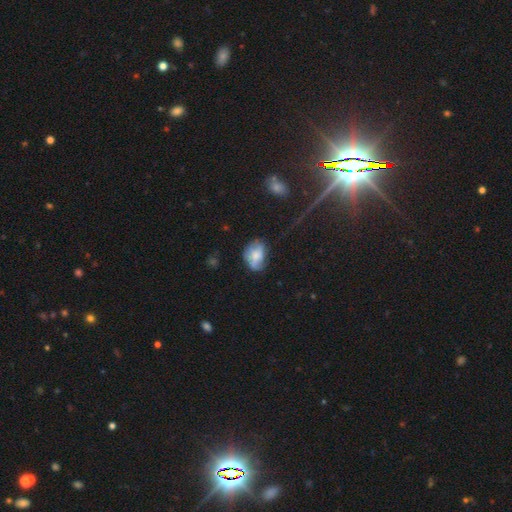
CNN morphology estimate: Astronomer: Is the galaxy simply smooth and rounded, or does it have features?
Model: smooth — 58%.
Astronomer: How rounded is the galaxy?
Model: in between — 75%.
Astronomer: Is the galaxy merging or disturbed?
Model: none — 50% (runner-up: minor disturbance, 33%).